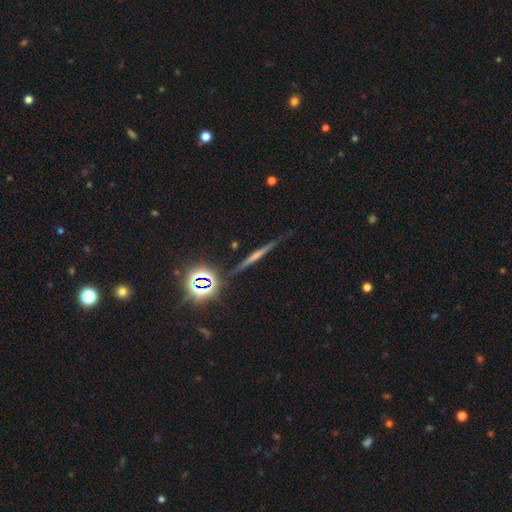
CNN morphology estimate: Smooth or featured? Predicted: featured or disk (p=0.51). Edge-on disk? Predicted: yes (p=0.96). Merging? Predicted: none (p=0.86).